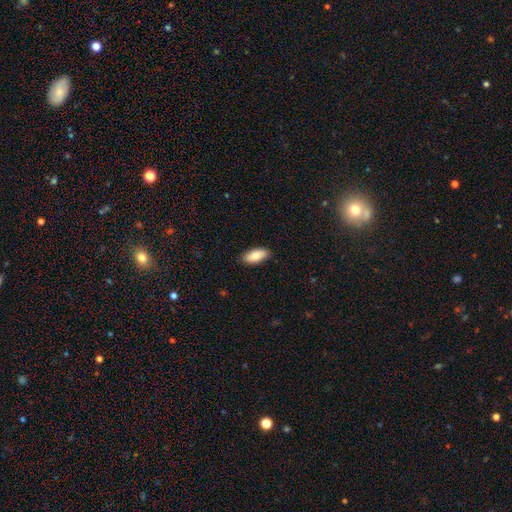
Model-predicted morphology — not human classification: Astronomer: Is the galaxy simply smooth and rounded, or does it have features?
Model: smooth — 83%.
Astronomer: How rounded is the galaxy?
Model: in between — 88%.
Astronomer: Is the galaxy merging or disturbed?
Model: none — 89%.